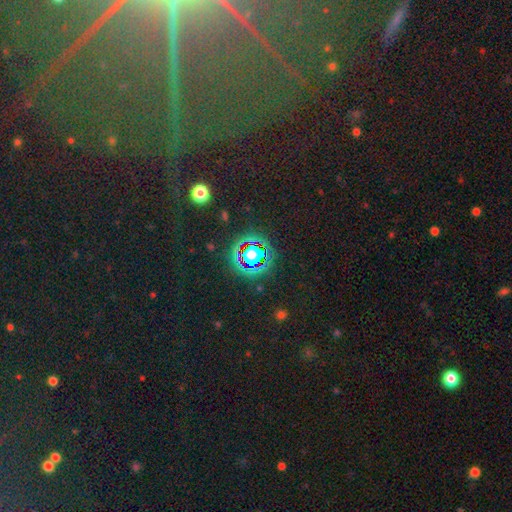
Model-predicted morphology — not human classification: Smooth or featured? Predicted: star or artifact (p=0.78).